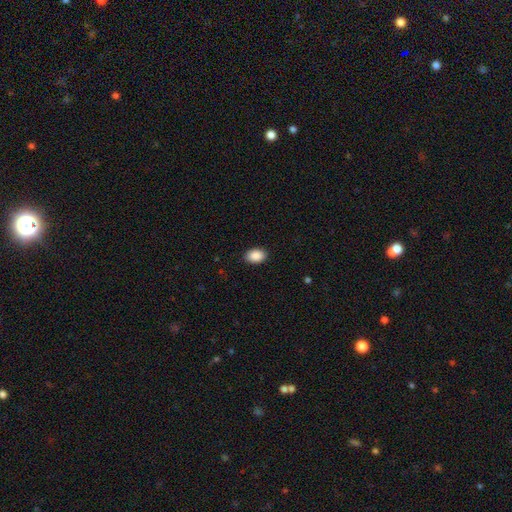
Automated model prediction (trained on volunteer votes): smooth 90%, star or artifact 7%, featured or disk 3%. Down the decision tree: how rounded — in between (85%); merging — none (90%).